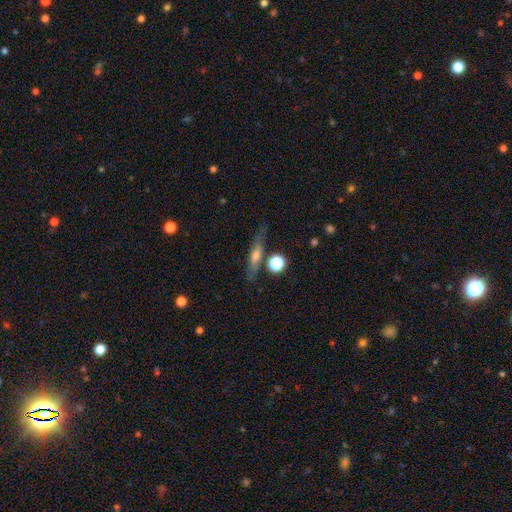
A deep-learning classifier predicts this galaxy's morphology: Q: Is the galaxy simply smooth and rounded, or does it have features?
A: featured or disk — 48%.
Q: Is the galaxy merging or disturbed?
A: none — 73%.